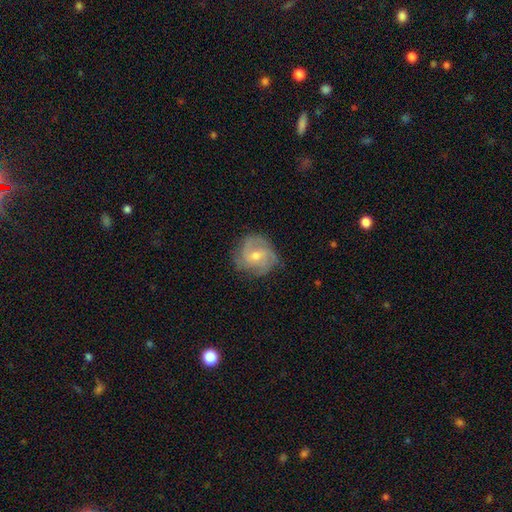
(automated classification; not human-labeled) smooth_or_featured: featured or disk (p=0.76) [alt: smooth p=0.17]
disk_edge_on: no (p=0.98) [alt: yes p=0.02]
bar: no (p=0.50) [alt: weak p=0.42]
has_spiral_arms: yes (p=0.93) [alt: no p=0.07]
spiral_winding: tight (p=0.44) [alt: medium p=0.43]
spiral_arm_count: 3 (p=0.40) [alt: 2 p=0.21]
bulge_size: moderate (p=0.54) [alt: small p=0.41]
merging: none (p=0.74) [alt: minor disturbance p=0.18]